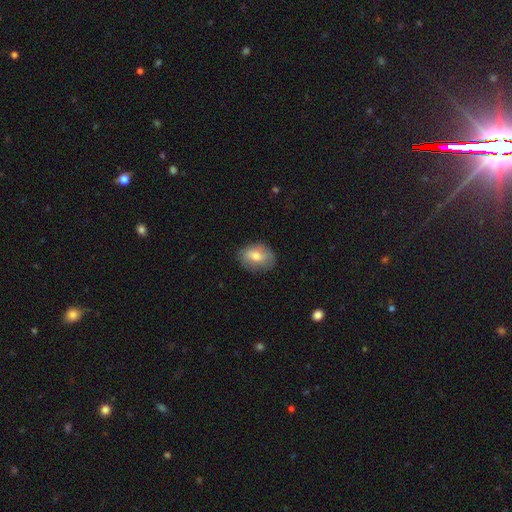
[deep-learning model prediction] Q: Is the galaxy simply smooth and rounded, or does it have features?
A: smooth — 68%.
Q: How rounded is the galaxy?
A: in between — 69%.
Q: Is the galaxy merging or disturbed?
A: none — 78%.